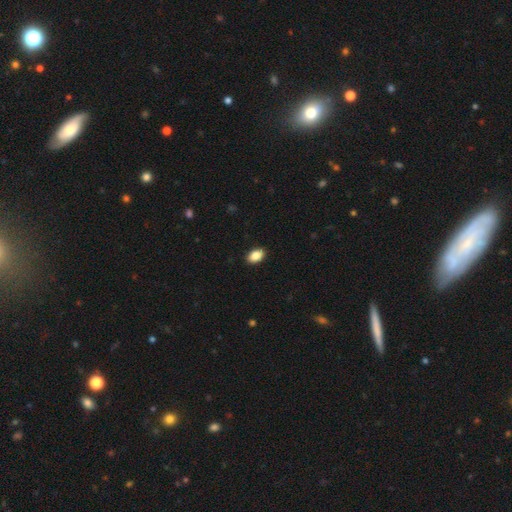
A smooth galaxy with no disk features (97%) that is in between round and cigar-shaped (87%).

Vote fractions:
- Smooth or featured? smooth: 97% / star or artifact: 3% / featured or disk: 0%
- How rounded? in between: 87% / round: 13% / cigar-shaped: 0%
- Merging? none: 89% / minor disturbance: 5% / major disturbance: 5% / merger: 0%